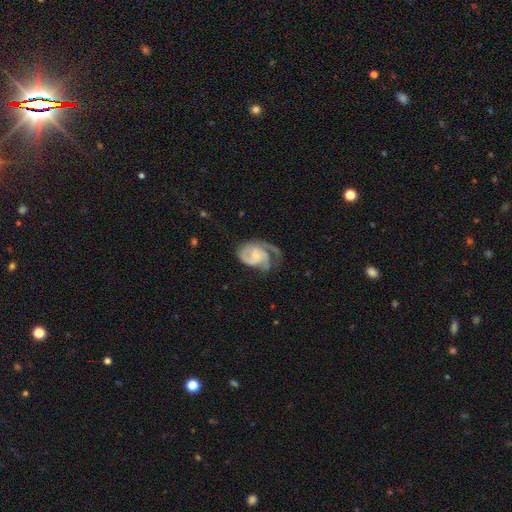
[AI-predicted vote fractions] A featured or disk galaxy (83%) with no bar (63%), 2 (55%) medium (43%) spiral arms (96%) and a small central bulge (47%). Merging: none (43%).